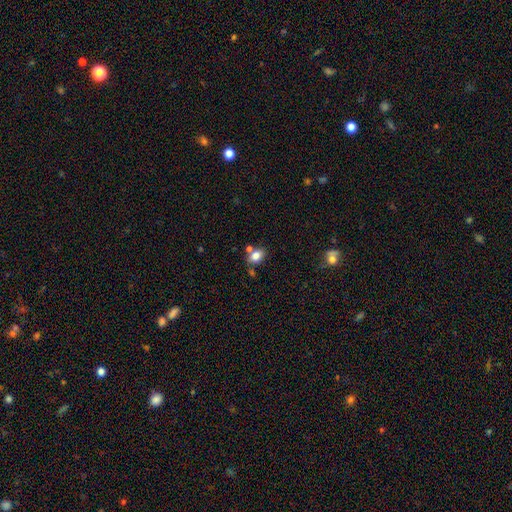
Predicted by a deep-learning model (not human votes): This is clearly a smooth galaxy (80%). How rounded: likely in between (77%). Merging: likely none (64%).